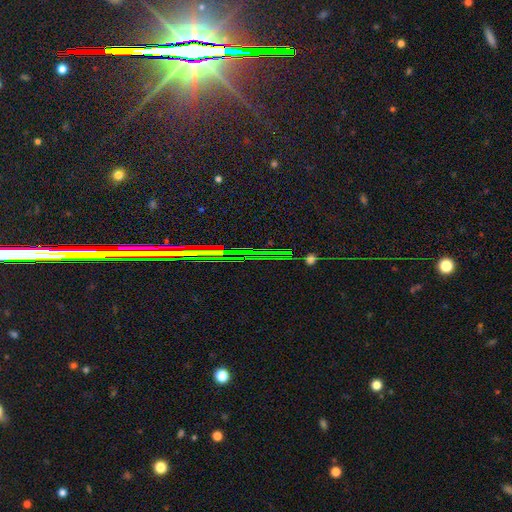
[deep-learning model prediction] Morphology: type=star or artifact (80%).